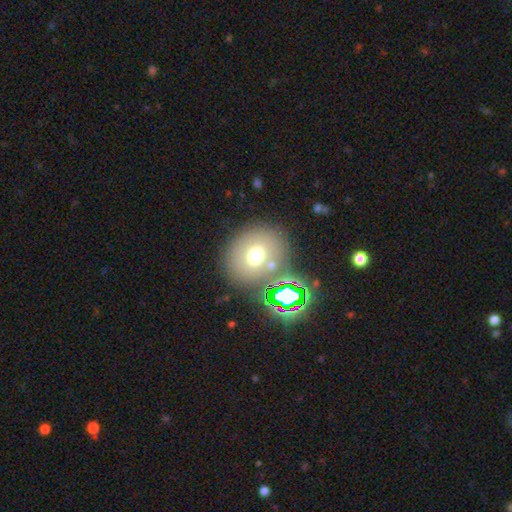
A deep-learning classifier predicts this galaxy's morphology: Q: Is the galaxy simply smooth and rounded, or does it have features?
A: smooth — 65%.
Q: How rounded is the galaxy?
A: round — 76%.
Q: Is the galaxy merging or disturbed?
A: none — 74%.